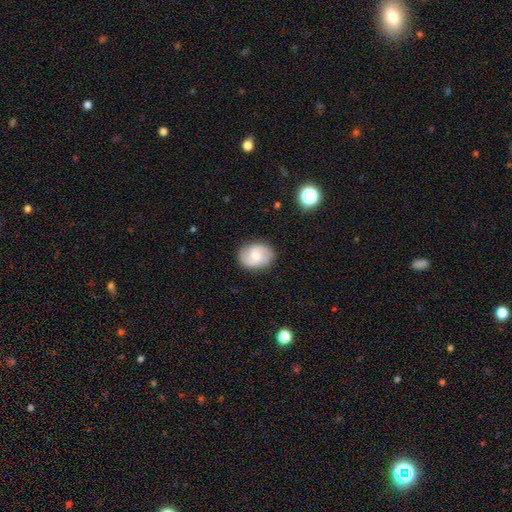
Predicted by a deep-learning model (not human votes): Overall: smooth (49%; featured or disk 43%). Merging: none (84%).